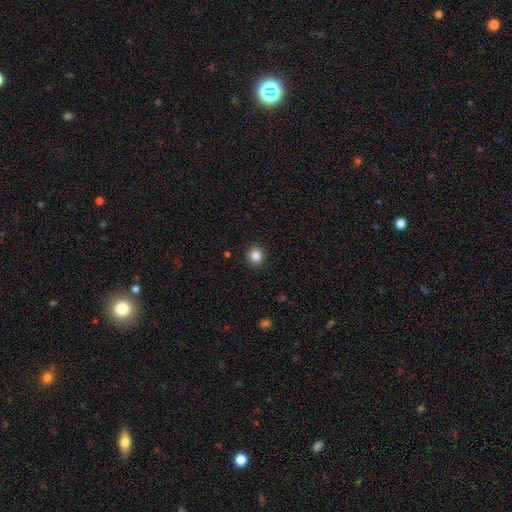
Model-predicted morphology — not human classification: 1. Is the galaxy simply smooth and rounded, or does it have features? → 85% smooth, 11% star or artifact, 4% featured or disk.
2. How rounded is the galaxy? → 87% round, 12% in between, 1% cigar-shaped.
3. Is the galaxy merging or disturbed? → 91% none, 6% minor disturbance, 2% major disturbance, 1% merger.